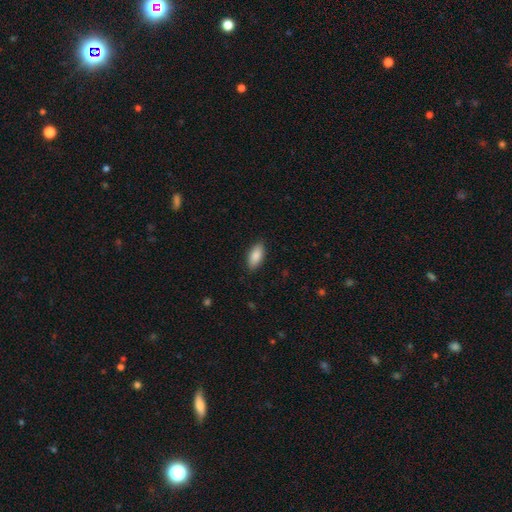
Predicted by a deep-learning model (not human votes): A smooth galaxy with no disk features (88%) that is in between round and cigar-shaped (88%).

Vote fractions:
- Smooth or featured? smooth: 88% / featured or disk: 6% / star or artifact: 6%
- How rounded? in between: 88% / cigar-shaped: 9% / round: 2%
- Merging? none: 87% / minor disturbance: 10% / major disturbance: 2% / merger: 1%